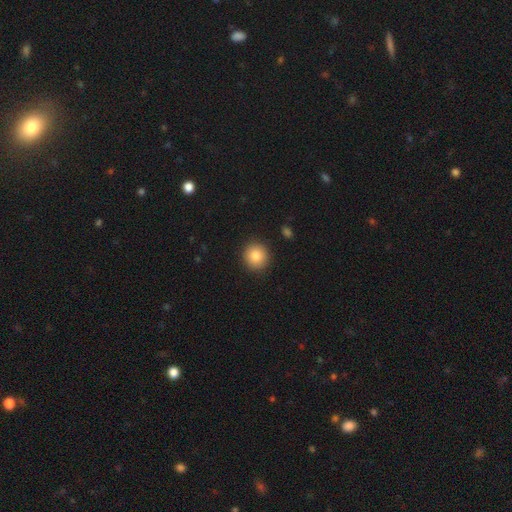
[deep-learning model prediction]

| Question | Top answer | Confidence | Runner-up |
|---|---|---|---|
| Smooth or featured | smooth | 84% | star or artifact (9%) |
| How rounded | round | 90% | in between (9%) |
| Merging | none | 91% | minor disturbance (6%) |